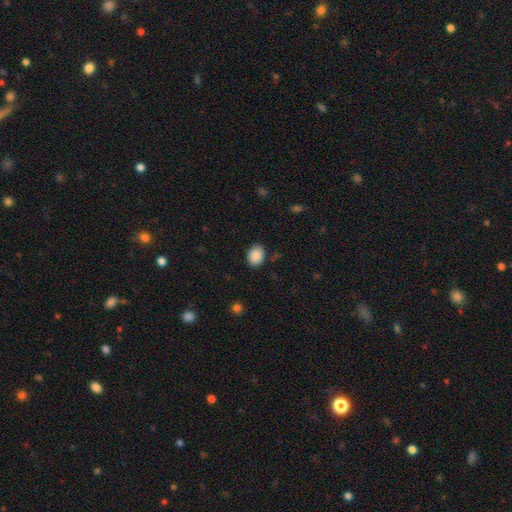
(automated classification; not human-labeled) This is clearly a smooth galaxy (89%). How rounded: likely in between (70%). Merging: clearly none (86%).